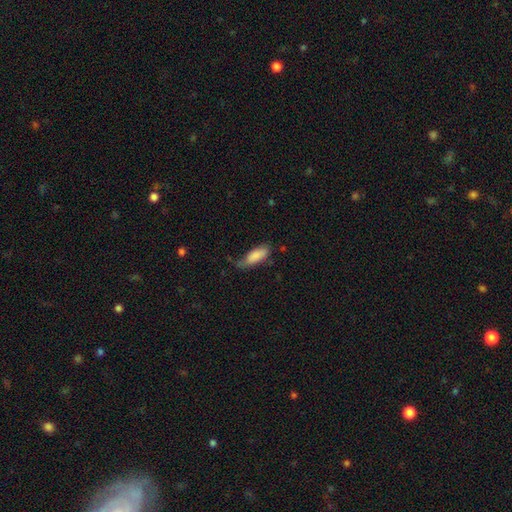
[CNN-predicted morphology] The model was most divided on "merging": none: 50%, minor disturbance: 37%, major disturbance: 10%, merger: 3%. More confident: smooth or featured — smooth (84%); how rounded — in between (68%).